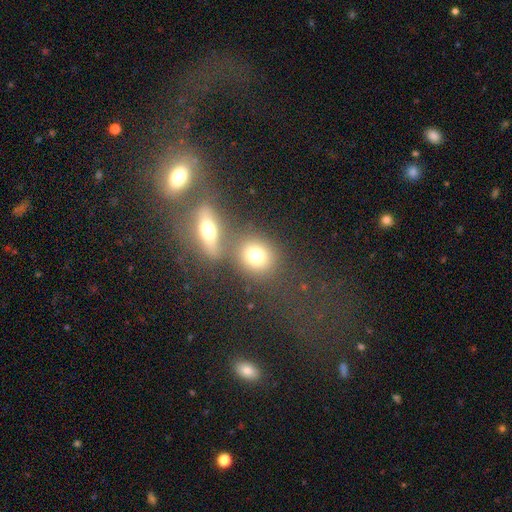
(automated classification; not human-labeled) A smooth galaxy with no disk features (75%) that is round (72%).

Vote fractions:
- Smooth or featured? smooth: 75% / featured or disk: 14% / star or artifact: 11%
- How rounded? round: 72% / in between: 26% / cigar-shaped: 2%
- Merging? none: 54% / merger: 33% / minor disturbance: 9% / major disturbance: 4%